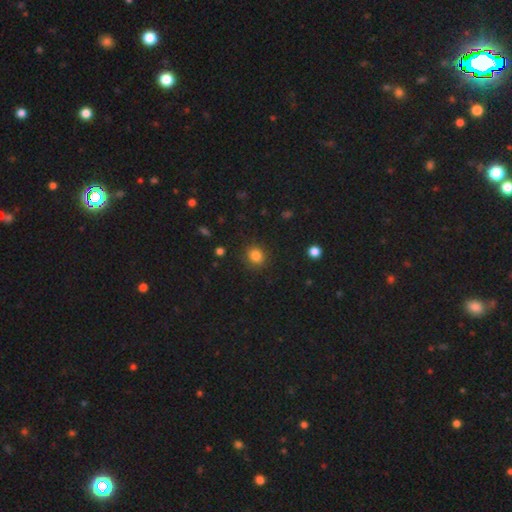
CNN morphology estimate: Q: Smooth or featured?
A: smooth (83%); runner-up: star or artifact (12%)
Q: How rounded?
A: round (76%); runner-up: in between (23%)
Q: Merging?
A: none (87%); runner-up: minor disturbance (9%)